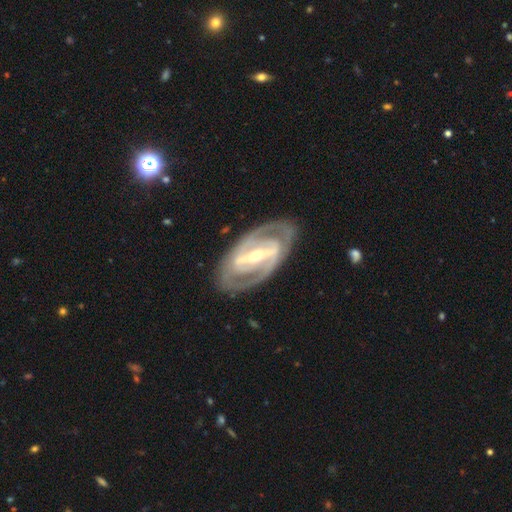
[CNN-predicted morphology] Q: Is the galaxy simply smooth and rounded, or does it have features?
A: featured or disk — 89%.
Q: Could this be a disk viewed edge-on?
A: no — 93%.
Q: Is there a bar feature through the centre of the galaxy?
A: strong — 78%.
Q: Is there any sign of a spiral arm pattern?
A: yes — 85%.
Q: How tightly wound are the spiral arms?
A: tight — 55%.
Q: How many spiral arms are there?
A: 2 — 82%.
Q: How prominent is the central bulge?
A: small — 50%.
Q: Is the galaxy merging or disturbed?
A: none — 83%.